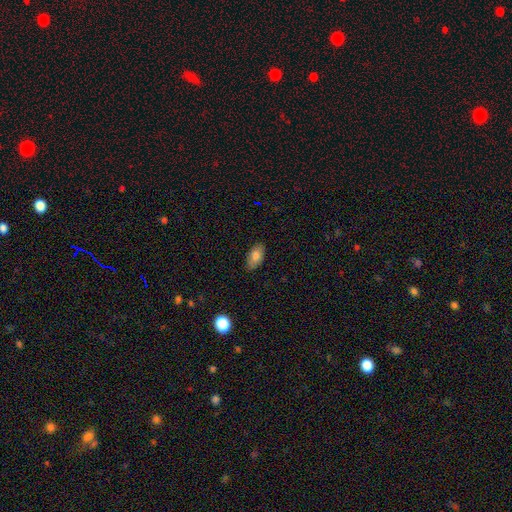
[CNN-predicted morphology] This is likely a smooth galaxy (79%). How rounded: clearly in between (91%). Merging: clearly none (83%).